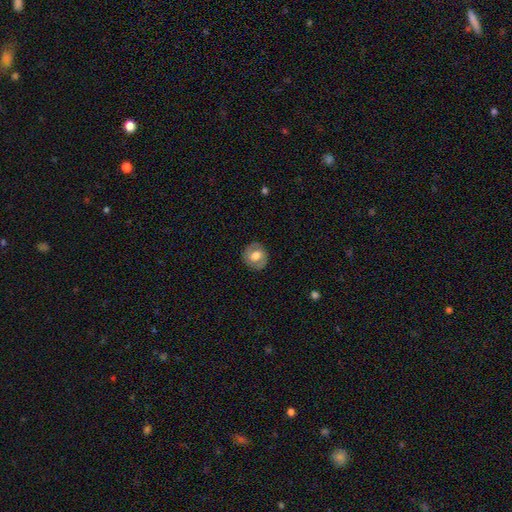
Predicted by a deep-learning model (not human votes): A smooth galaxy with no disk features (51%) that is round (82%).

Vote fractions:
- Smooth or featured? smooth: 51% / featured or disk: 42% / star or artifact: 7%
- How rounded? round: 82% / in between: 17% / cigar-shaped: 1%
- Merging? none: 85% / minor disturbance: 10% / major disturbance: 3% / merger: 1%